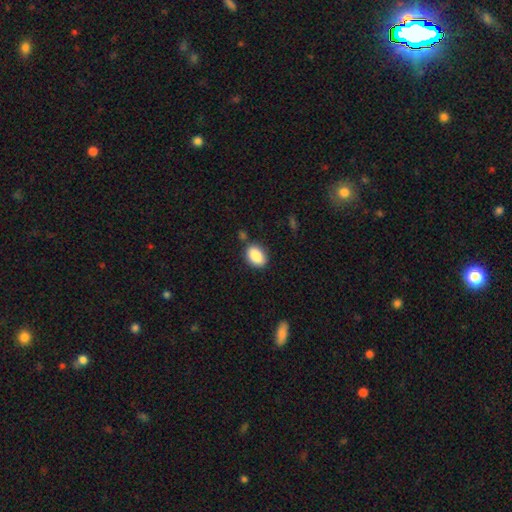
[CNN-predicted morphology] A smooth galaxy with no disk features (88%) that is in between round and cigar-shaped (84%). Merging: none (80%).